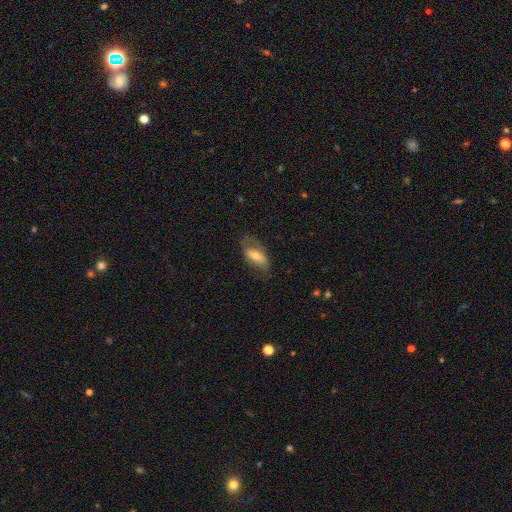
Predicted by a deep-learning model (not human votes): This appears to be a smooth galaxy with no disk features (48%). Merging: none (63%).